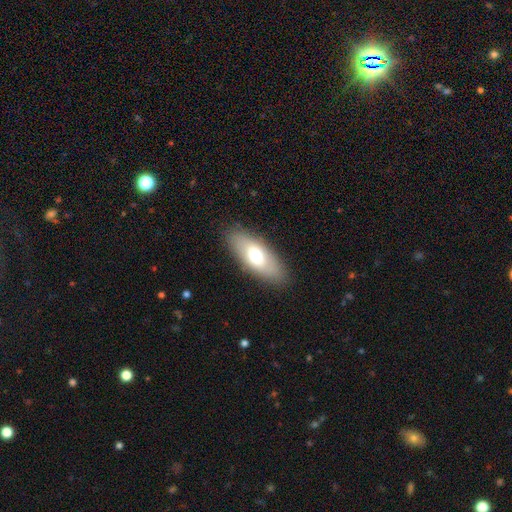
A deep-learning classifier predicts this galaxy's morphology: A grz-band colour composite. It shows a smooth galaxy with no disk features (67%) that is in between round and cigar-shaped (80%). Merging: none (87%).